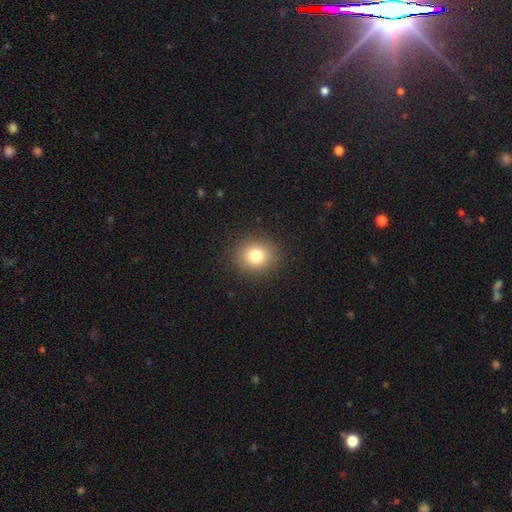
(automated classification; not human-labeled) Morphology: type=smooth (80%); roundness=round (77%); merging=none (90%).